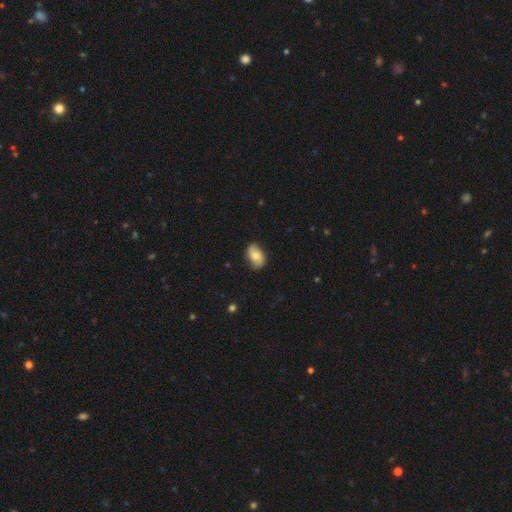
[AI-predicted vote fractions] Smooth or featured? smooth (58%)
How rounded? in between (87%)
Merging? none (76%)